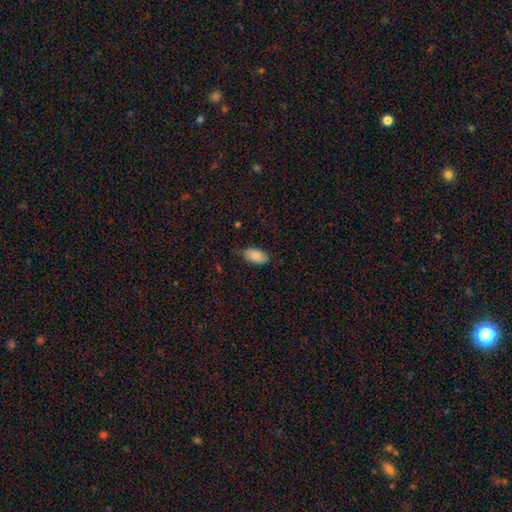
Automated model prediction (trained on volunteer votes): Smooth or featured? Predicted: smooth (p=0.85). How rounded? Predicted: in between (p=0.95). Merging? Predicted: none (p=0.79).